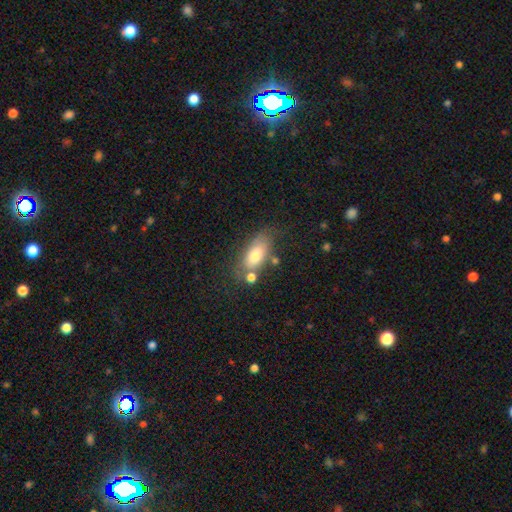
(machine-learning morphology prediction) This appears to be a smooth galaxy with no disk features (71%) that is in between round and cigar-shaped (84%). Merging: none (61%).